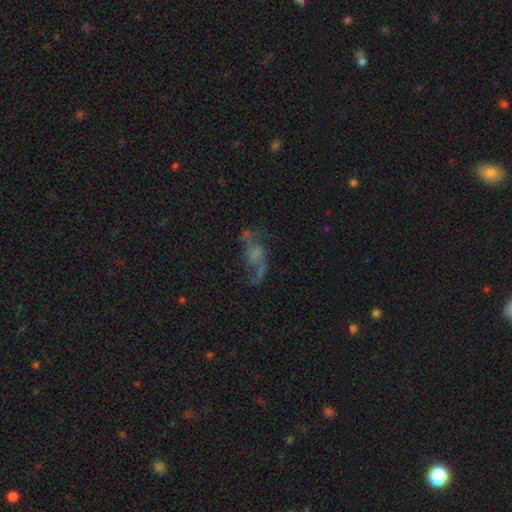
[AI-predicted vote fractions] featured or disk 69%, smooth 16%, star or artifact 15%. Down the decision tree: edge-on disk — no (95%); bar — no (61%); spiral arms — yes (81%); spiral arm count — 2 (81%); spiral winding — loose (79%); bulge size — none (49%); merging — none (53%).